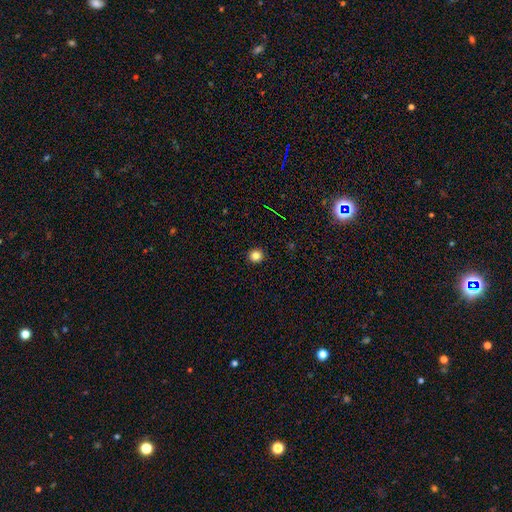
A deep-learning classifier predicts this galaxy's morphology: Overall: smooth (82%). How rounded: round (94%). Merging: none (93%).